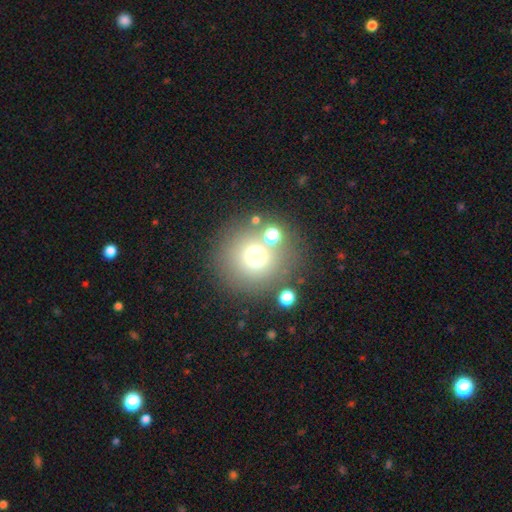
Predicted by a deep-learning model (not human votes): Smooth or featured: smooth — 68% (star or artifact — 18%)
How rounded: round — 94% (in between — 5%)
Merging: none — 76% (merger — 10%)